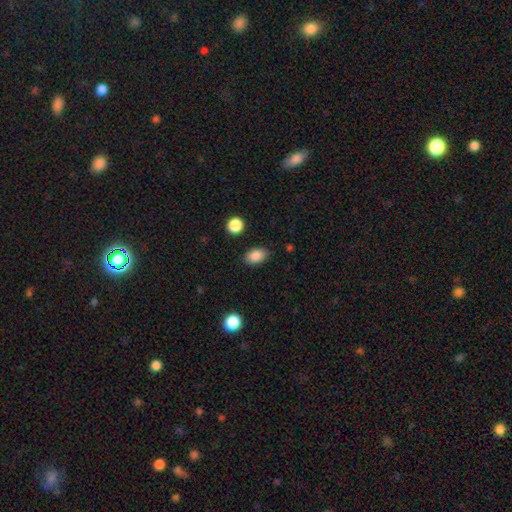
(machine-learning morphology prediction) smooth 87%, star or artifact 9%, featured or disk 4%. Down the decision tree: how rounded — in between (86%); merging — none (86%).